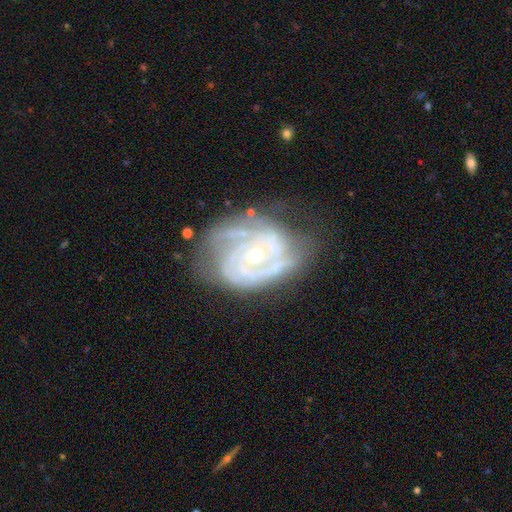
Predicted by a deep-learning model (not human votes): This appears to be a featured or disk galaxy (88%) with no bar (74%), 3 (32%) tight (66%) spiral arms (96%) and a small central bulge (55%). Merging: none (59%).